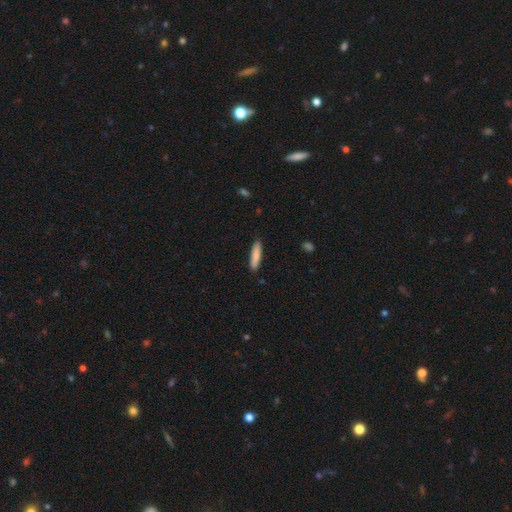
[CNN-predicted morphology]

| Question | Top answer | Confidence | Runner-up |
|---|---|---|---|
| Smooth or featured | smooth | 82% | featured or disk (12%) |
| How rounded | cigar-shaped | 82% | in between (17%) |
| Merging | none | 88% | minor disturbance (9%) |